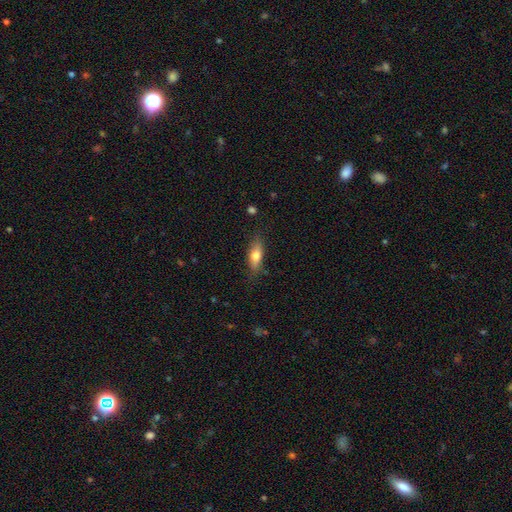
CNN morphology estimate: A smooth galaxy with no disk features (71%) that is in between round and cigar-shaped (63%). Merging: none (78%).